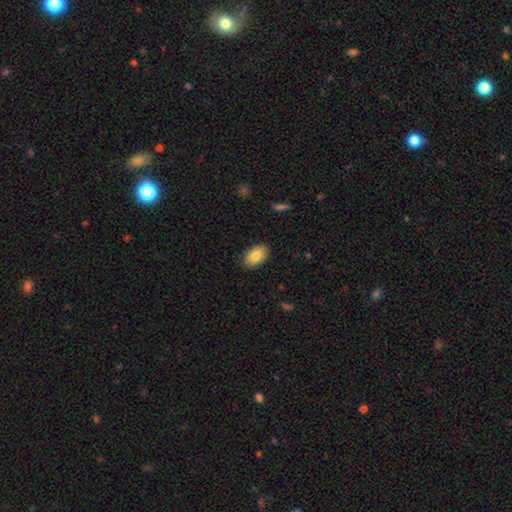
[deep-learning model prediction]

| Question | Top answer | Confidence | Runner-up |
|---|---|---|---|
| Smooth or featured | smooth | 84% | featured or disk (10%) |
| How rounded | in between | 94% | round (5%) |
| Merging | none | 88% | minor disturbance (9%) |